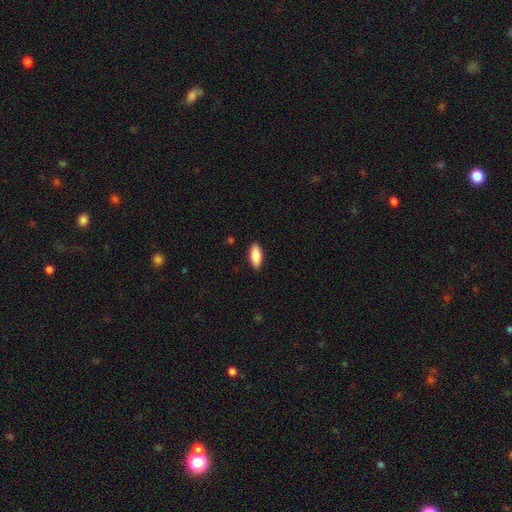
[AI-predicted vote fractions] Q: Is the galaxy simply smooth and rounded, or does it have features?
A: smooth — 84%.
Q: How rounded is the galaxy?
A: in between — 83%.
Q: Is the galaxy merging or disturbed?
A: none — 89%.